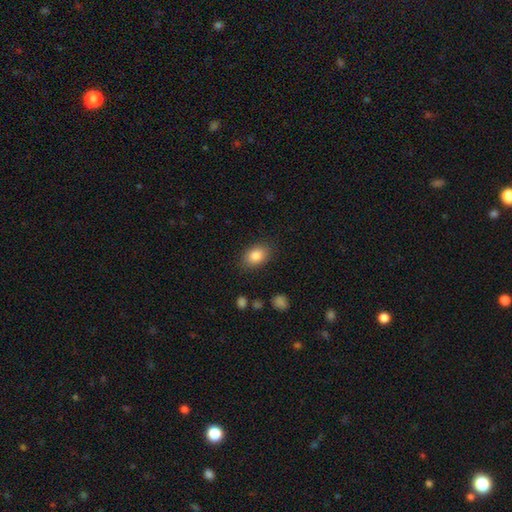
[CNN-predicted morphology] This is clearly a smooth galaxy (84%). How rounded: clearly in between (80%). Merging: clearly none (85%).